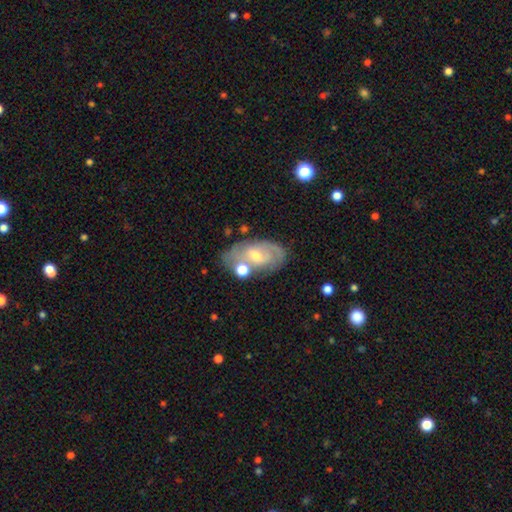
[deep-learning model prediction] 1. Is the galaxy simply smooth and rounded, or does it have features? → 66% featured or disk, 27% smooth, 7% star or artifact.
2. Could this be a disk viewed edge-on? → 93% no, 7% yes.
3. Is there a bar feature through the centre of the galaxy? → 49% no, 41% weak, 10% strong.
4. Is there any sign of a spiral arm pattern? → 72% yes, 28% no.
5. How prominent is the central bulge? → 49% moderate, 46% small, 2% large, 2% none, 1% dominant.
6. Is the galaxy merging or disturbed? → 59% none, 20% minor disturbance, 13% merger, 8% major disturbance.